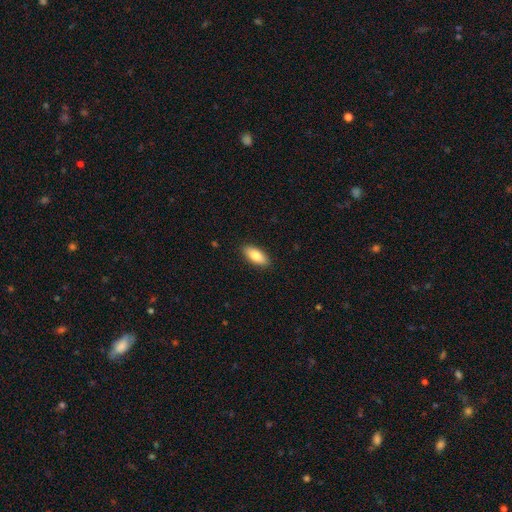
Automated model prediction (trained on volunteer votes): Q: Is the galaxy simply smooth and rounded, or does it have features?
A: smooth — 82%.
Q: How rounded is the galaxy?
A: in between — 84%.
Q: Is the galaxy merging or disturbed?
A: none — 90%.